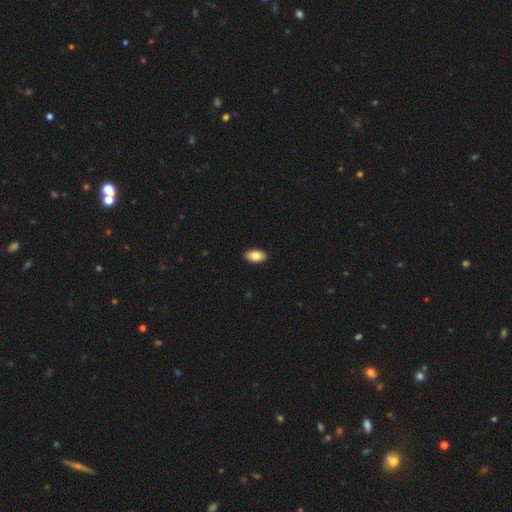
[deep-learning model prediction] This is clearly a smooth galaxy (83%). How rounded: clearly in between (94%). Merging: clearly none (91%).